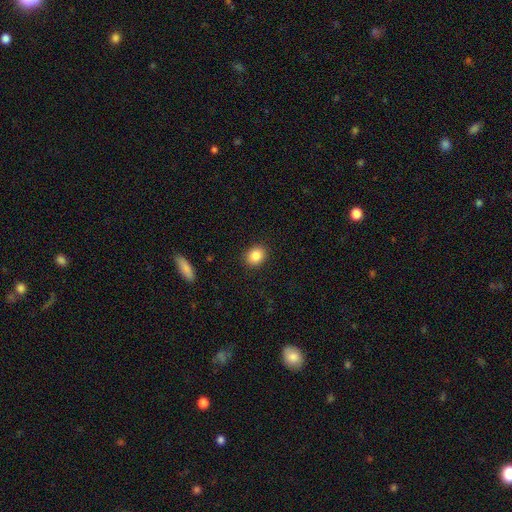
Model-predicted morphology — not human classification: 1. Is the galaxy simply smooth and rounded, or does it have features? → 85% smooth, 9% star or artifact, 5% featured or disk.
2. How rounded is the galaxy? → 55% round, 44% in between, 1% cigar-shaped.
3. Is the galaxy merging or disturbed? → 89% none, 7% minor disturbance, 2% major disturbance, 1% merger.